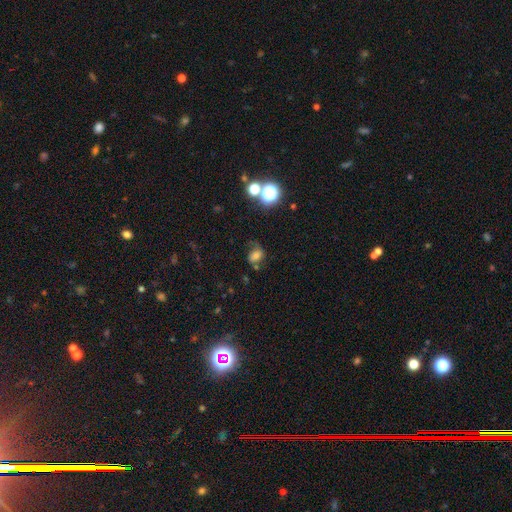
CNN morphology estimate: The model was most divided on "smooth or featured": smooth: 49%, featured or disk: 31%, star or artifact: 20%. Remaining: merging — none (47%).